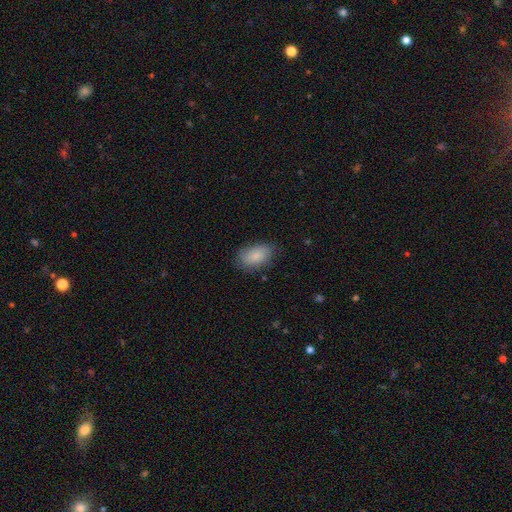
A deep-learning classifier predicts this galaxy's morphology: smooth-or-featured: smooth: 79% | featured or disk: 15% | star or artifact: 7%
  how-rounded: in between: 91% | round: 7% | cigar-shaped: 2%
  merging: none: 73% | minor disturbance: 20% | major disturbance: 5% | merger: 1%